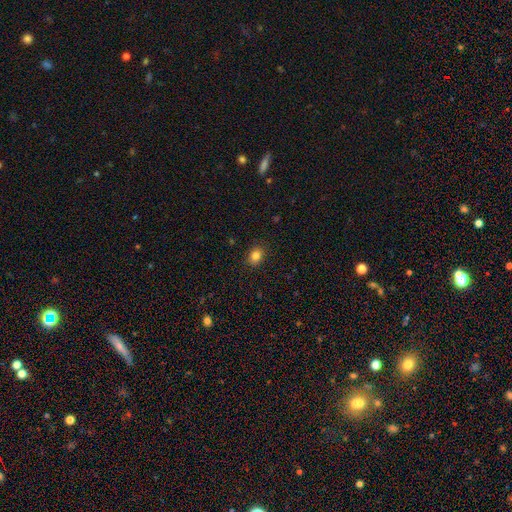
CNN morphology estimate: Q: Smooth or featured?
A: smooth (83%); runner-up: star or artifact (11%)
Q: How rounded?
A: round (53%); runner-up: in between (46%)
Q: Merging?
A: none (88%); runner-up: minor disturbance (9%)